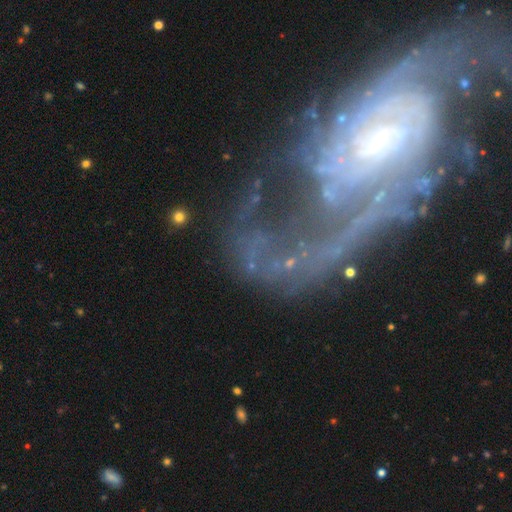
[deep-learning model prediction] Morphology: type=featured or disk (80%); edge-on=no (95%); bar=no (50%); spiral arms=yes (83%); winding=tight (41%); arm count=2 (32%); bulge=small (59%); merging=none (44%).